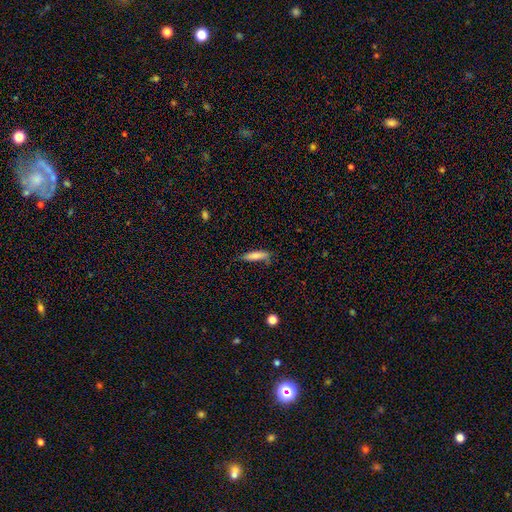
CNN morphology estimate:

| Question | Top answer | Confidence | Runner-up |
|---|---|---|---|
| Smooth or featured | smooth | 79% | featured or disk (14%) |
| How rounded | cigar-shaped | 73% | in between (25%) |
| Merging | none | 63% | minor disturbance (27%) |